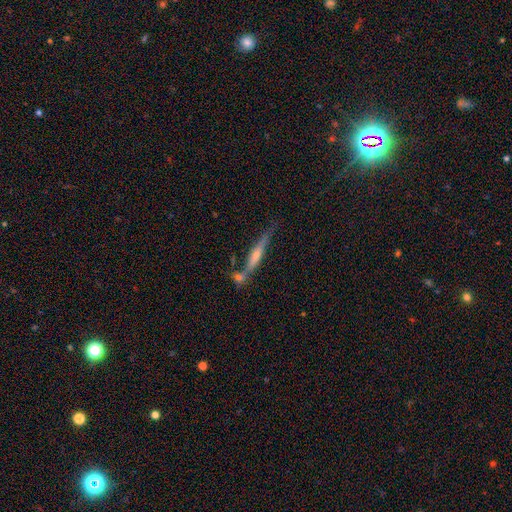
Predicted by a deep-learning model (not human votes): Smooth or featured? featured or disk (69%)
Edge-on disk? yes (94%)
Edge-on bulge? rounded (76%)
Merging? none (59%)